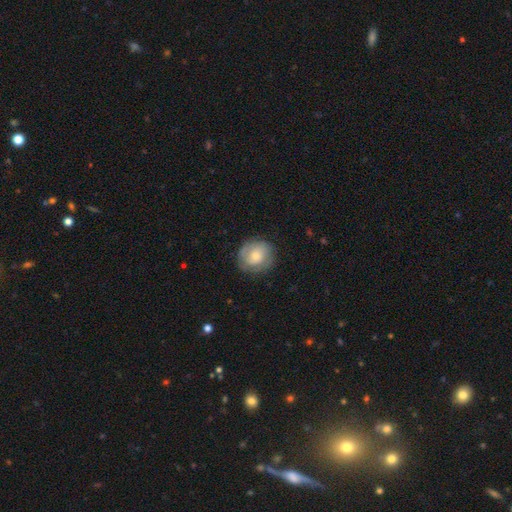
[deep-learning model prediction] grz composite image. It shows a smooth galaxy with no disk features (61%) that is round (82%). Merging: none (76%).